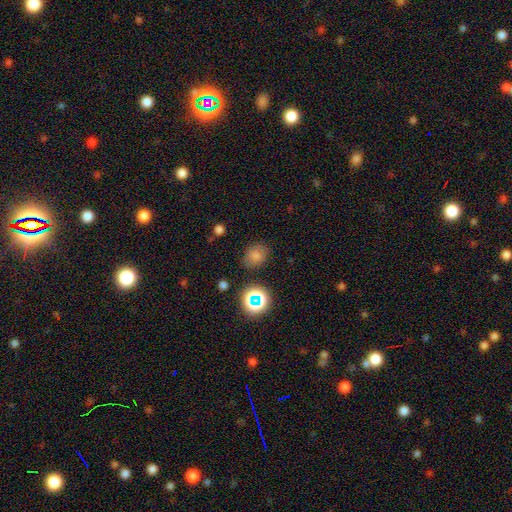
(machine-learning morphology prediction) Overall: smooth (74%). How rounded: round (55%; in between 44%). Merging: none (79%).